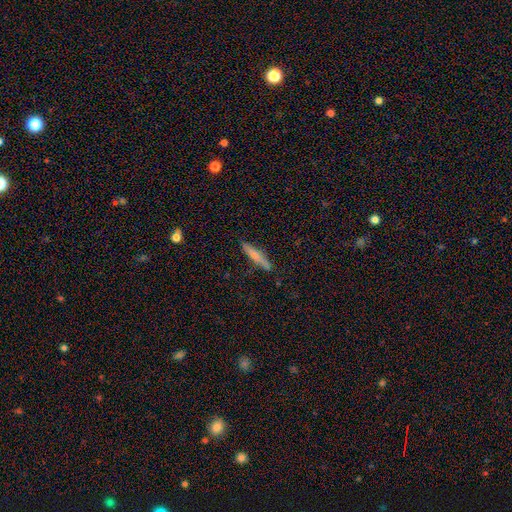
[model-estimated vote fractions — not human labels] The model was most divided on "smooth or featured": smooth: 65%, featured or disk: 29%, star or artifact: 7%. More confident: how rounded — cigar-shaped (91%); merging — none (84%).